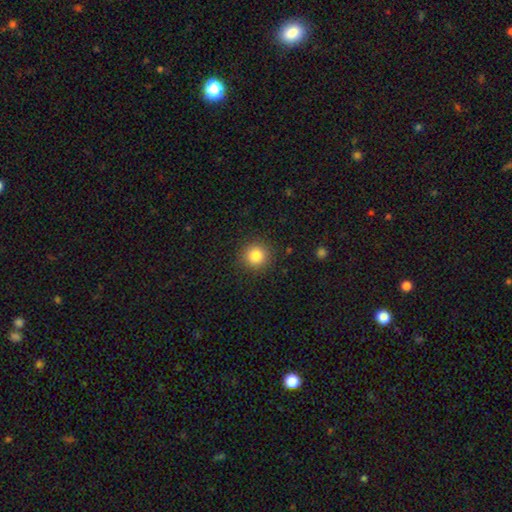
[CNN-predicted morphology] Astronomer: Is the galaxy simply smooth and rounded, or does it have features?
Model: smooth — 84%.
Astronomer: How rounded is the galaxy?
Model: round — 94%.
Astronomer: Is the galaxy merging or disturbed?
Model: none — 91%.